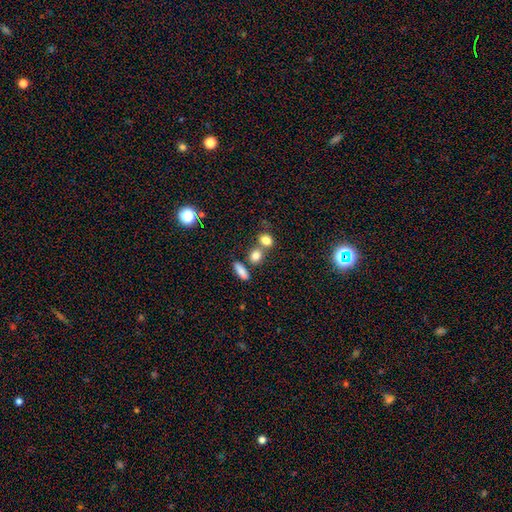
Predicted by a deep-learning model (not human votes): This is likely a smooth galaxy (79%). How rounded: possibly round (54%). Merging: possibly none (52%).